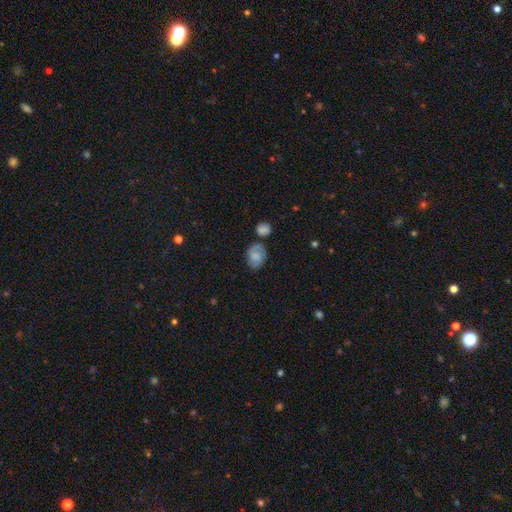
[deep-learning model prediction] smooth 61%, featured or disk 30%, star or artifact 9%. Down the decision tree: how rounded — in between (66%); merging — none (57%).